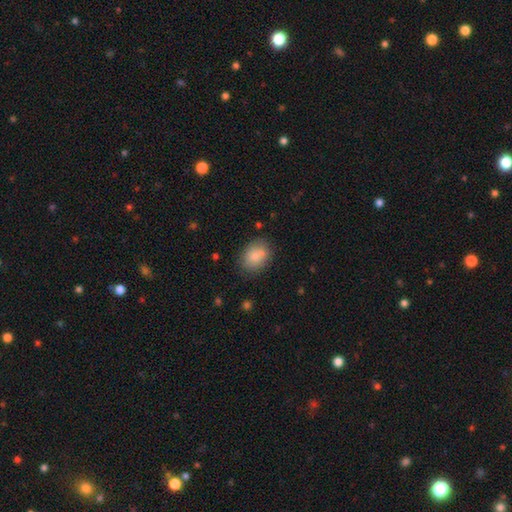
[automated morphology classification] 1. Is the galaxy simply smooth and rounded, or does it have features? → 81% smooth, 11% featured or disk, 8% star or artifact.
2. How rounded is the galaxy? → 60% in between, 39% round, 1% cigar-shaped.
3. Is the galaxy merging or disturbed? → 72% none, 16% minor disturbance, 8% merger, 4% major disturbance.